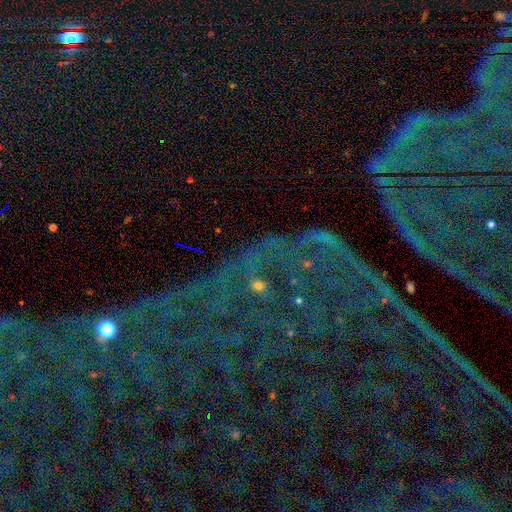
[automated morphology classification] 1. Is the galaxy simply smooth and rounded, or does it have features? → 80% star or artifact, 11% featured or disk, 9% smooth.